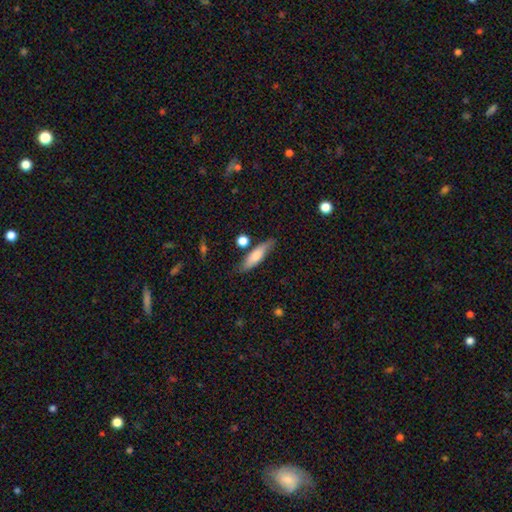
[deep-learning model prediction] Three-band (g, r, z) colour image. It shows a smooth galaxy with no disk features (71%) that is cigar-shaped (65%). Merging: none (73%).